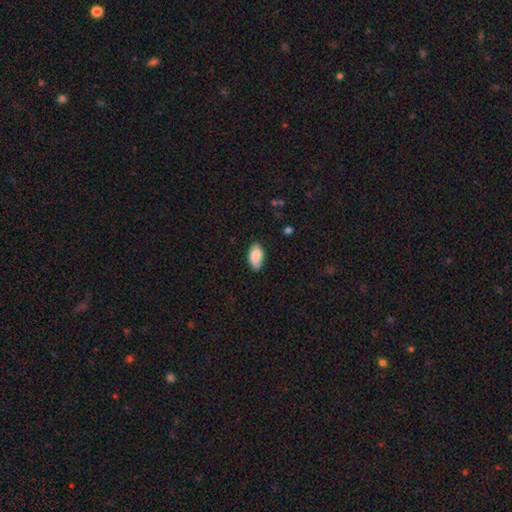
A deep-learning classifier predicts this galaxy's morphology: Smooth or featured? Predicted: smooth (p=0.84). How rounded? Predicted: in between (p=0.94). Merging? Predicted: none (p=0.70).